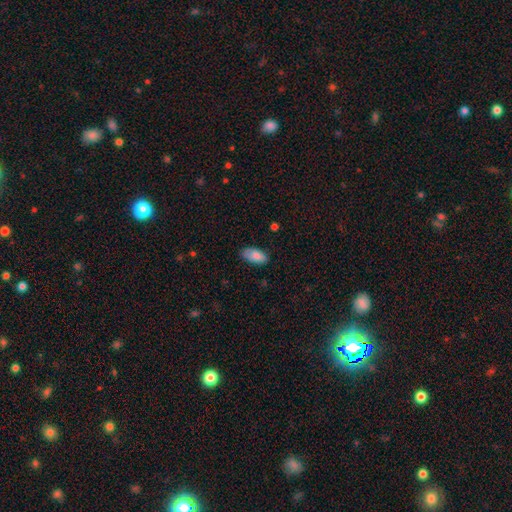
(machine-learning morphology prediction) Smooth or featured? Predicted: smooth (p=0.81). How rounded? Predicted: in between (p=0.93). Merging? Predicted: none (p=0.75).